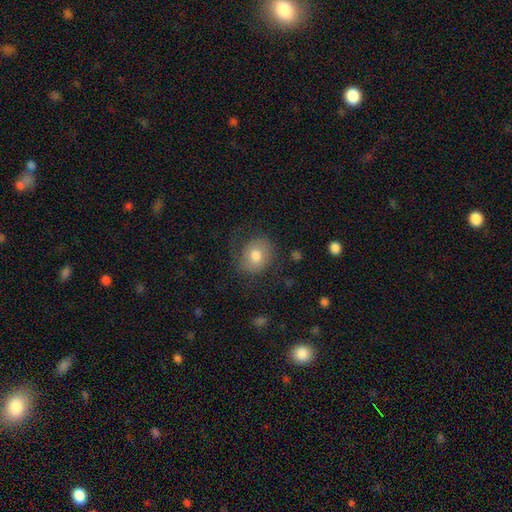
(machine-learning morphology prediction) Smooth or featured?
  - smooth: 67% *
  - featured or disk: 24%
  - star or artifact: 8%
How rounded?
  - round: 62% *
  - in between: 37%
  - cigar-shaped: 1%
Merging?
  - none: 62% *
  - minor disturbance: 20%
  - major disturbance: 17%
  - merger: 2%